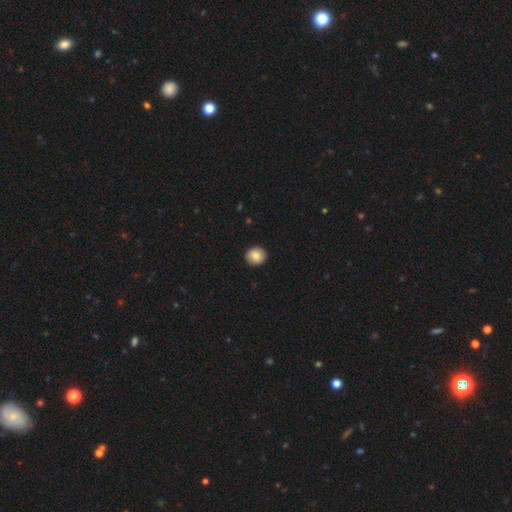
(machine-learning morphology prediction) smooth-or-featured: smooth: 86% | star or artifact: 8% | featured or disk: 6%
  how-rounded: round: 79% | in between: 20% | cigar-shaped: 1%
  merging: none: 91% | minor disturbance: 6% | major disturbance: 2% | merger: 1%